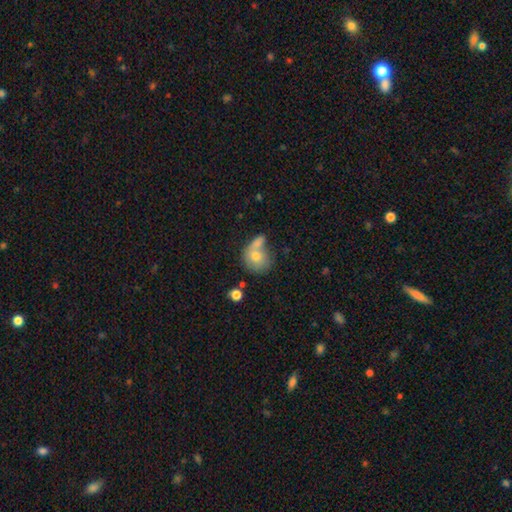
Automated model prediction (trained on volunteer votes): A smooth galaxy with no disk features (71%) that is round (74%).

Vote fractions:
- Smooth or featured? smooth: 71% / featured or disk: 21% / star or artifact: 8%
- How rounded? round: 74% / in between: 25% / cigar-shaped: 1%
- Merging? merger: 47% / none: 33% / minor disturbance: 13% / major disturbance: 7%